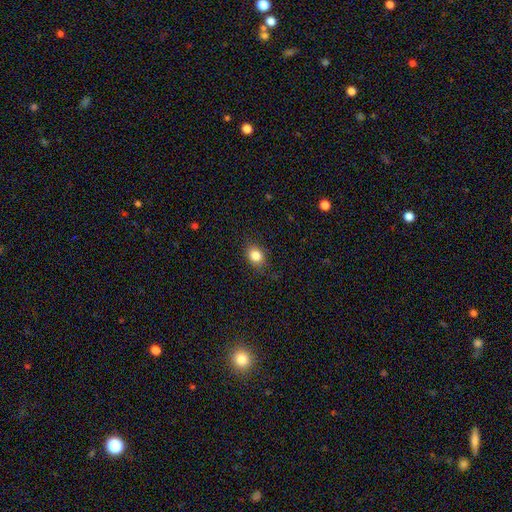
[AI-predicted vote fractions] smooth-or-featured: smooth: 83% | star or artifact: 10% | featured or disk: 6%
  how-rounded: round: 52% | in between: 47% | cigar-shaped: 1%
  merging: none: 83% | minor disturbance: 13% | major disturbance: 3% | merger: 1%